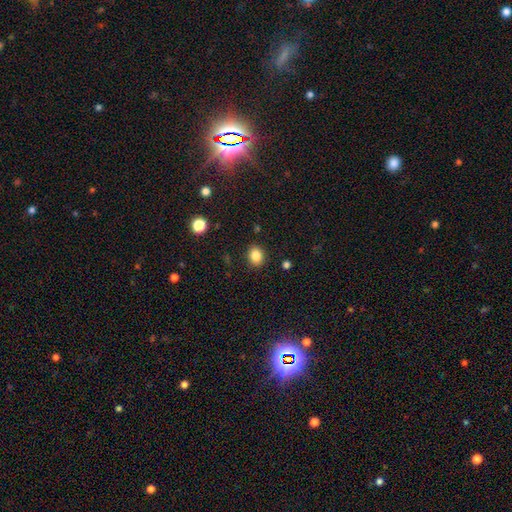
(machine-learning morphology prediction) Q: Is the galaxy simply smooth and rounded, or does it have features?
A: smooth — 85%.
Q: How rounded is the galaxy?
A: round — 55%.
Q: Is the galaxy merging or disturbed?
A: none — 88%.